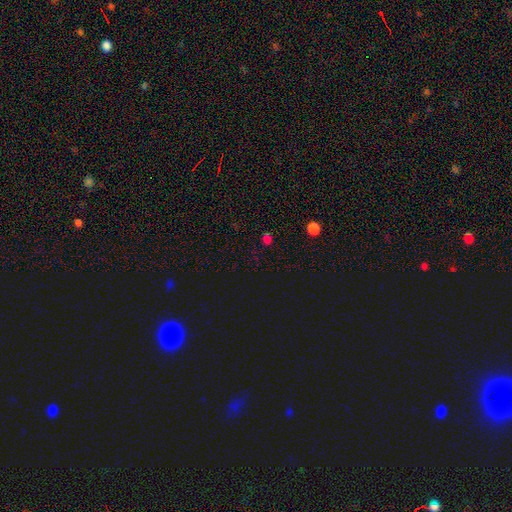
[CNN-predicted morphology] A star or artifact, not a galaxy (50%).

Vote fractions:
- Smooth or featured? star or artifact: 50% / smooth: 45% / featured or disk: 5%